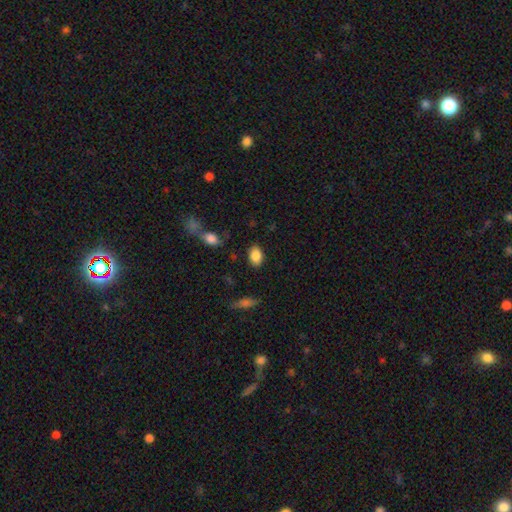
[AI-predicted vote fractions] Smooth or featured? smooth (87%)
How rounded? in between (82%)
Merging? none (83%)